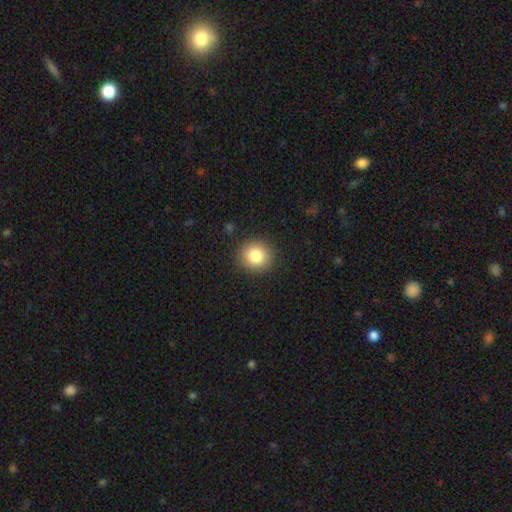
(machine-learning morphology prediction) Q: Smooth or featured?
A: smooth (83%); runner-up: star or artifact (10%)
Q: How rounded?
A: round (89%); runner-up: in between (10%)
Q: Merging?
A: none (90%); runner-up: minor disturbance (6%)